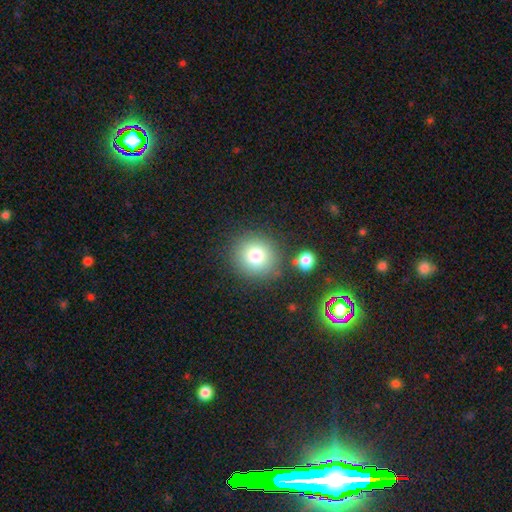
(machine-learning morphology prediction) The model was most divided on "smooth or featured": smooth: 79%, star or artifact: 12%, featured or disk: 9%. More confident: how rounded — round (90%); merging — none (81%).